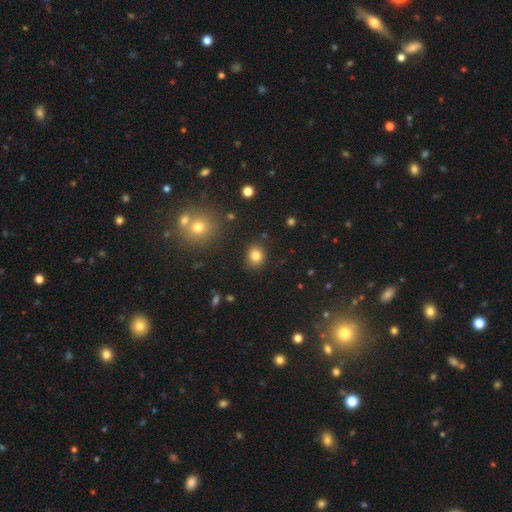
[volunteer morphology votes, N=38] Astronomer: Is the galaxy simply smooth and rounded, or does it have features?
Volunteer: smooth — 76%.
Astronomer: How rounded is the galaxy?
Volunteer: round — 86%.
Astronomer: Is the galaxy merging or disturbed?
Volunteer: none — 83%.